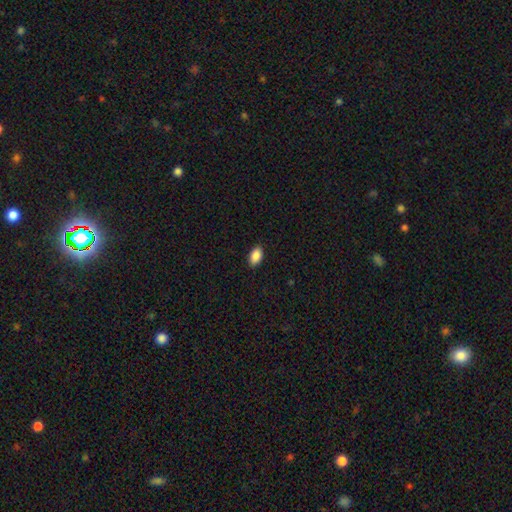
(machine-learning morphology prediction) smooth_or_featured: smooth (p=0.89) [alt: star or artifact p=0.07]
how_rounded: in between (p=0.93) [alt: round p=0.05]
merging: none (p=0.89) [alt: minor disturbance p=0.08]